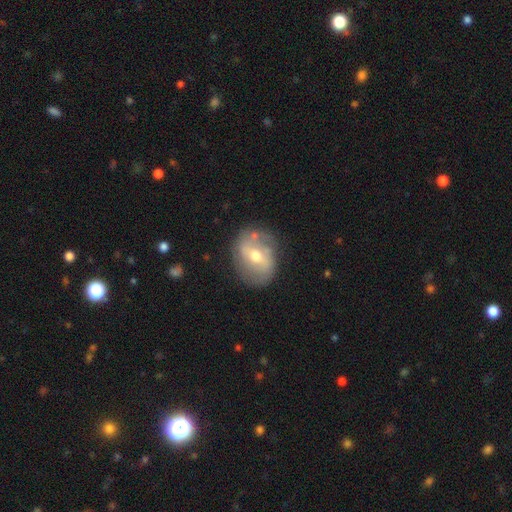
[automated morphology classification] This is likely a featured or disk galaxy (64%). It is clearly not viewed edge-on (96%). Bar: possibly weak (47%). Spiral arm pattern: likely yes (65%). Central bulge: likely moderate (72%). Merging: likely none (72%).